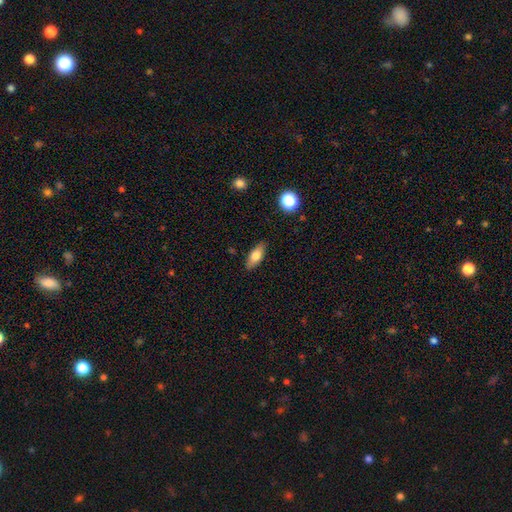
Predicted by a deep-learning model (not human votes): Overall: smooth (73%). How rounded: in between (77%). Merging: none (86%).